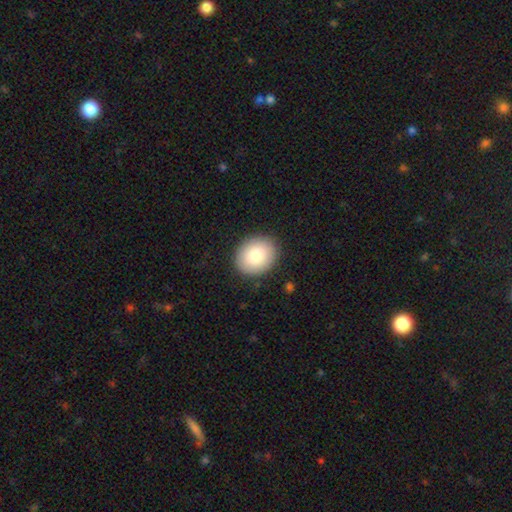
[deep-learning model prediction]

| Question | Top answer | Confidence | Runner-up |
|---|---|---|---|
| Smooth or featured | smooth | 84% | featured or disk (8%) |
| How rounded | round | 58% | in between (41%) |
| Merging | none | 88% | minor disturbance (8%) |